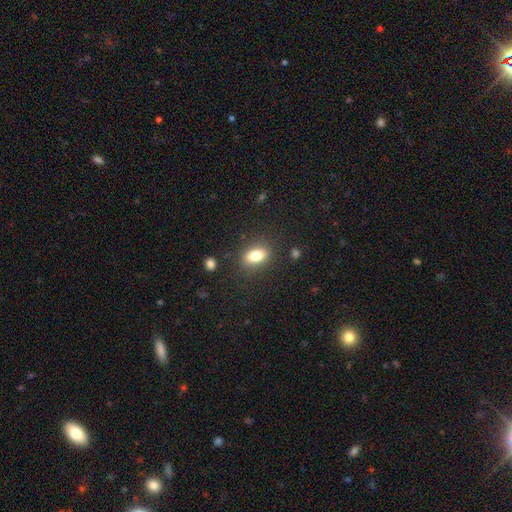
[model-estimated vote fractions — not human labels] smooth_or_featured: smooth (p=0.80) [alt: featured or disk p=0.11]
how_rounded: in between (p=0.84) [alt: round p=0.11]
merging: none (p=0.84) [alt: minor disturbance p=0.11]